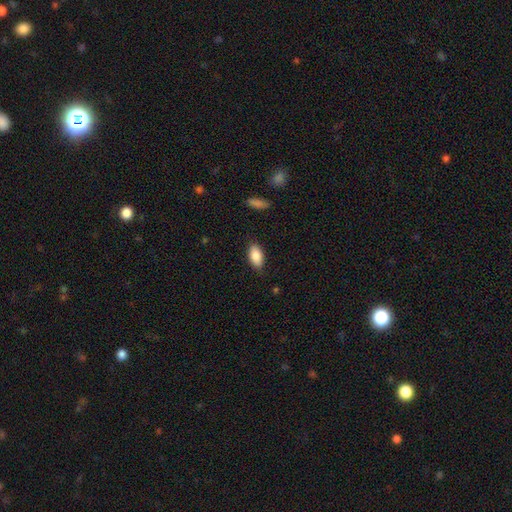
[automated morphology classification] This is clearly a smooth galaxy (87%). How rounded: clearly in between (92%). Merging: clearly none (83%).